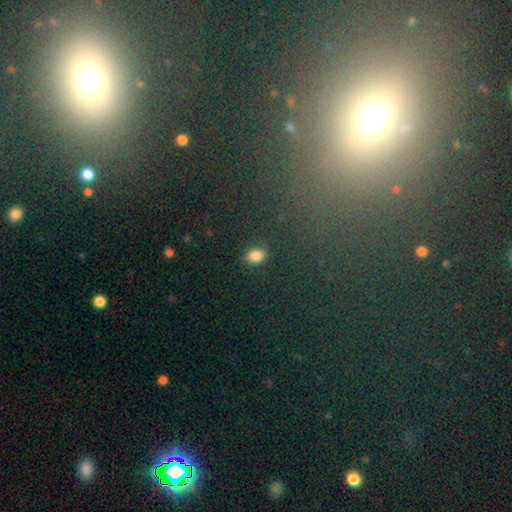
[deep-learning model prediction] This appears to be a smooth galaxy with no disk features (83%) that is in between round and cigar-shaped (57%). Merging: none (84%).